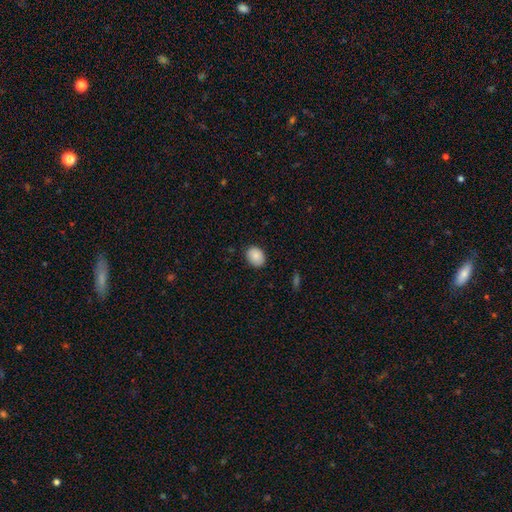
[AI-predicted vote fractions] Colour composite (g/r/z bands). It shows a smooth galaxy with no disk features (89%) that is in between round and cigar-shaped (59%). Merging: none (87%).